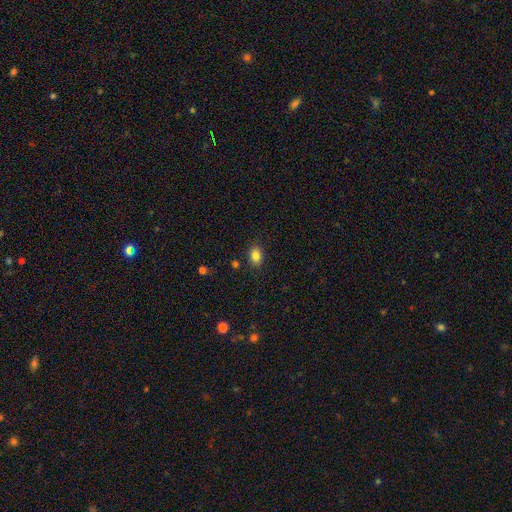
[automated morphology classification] Smooth or featured?
  - smooth: 84% *
  - star or artifact: 10%
  - featured or disk: 6%
How rounded?
  - in between: 77% *
  - round: 21%
  - cigar-shaped: 1%
Merging?
  - none: 86% *
  - minor disturbance: 10%
  - major disturbance: 2%
  - merger: 2%